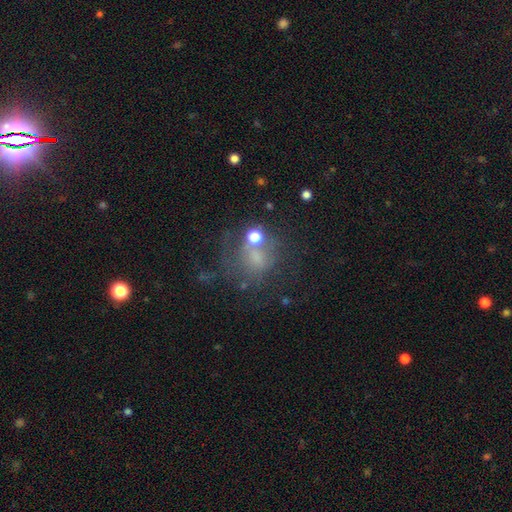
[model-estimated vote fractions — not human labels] smooth_or_featured: smooth (p=0.43) [alt: featured or disk p=0.30]
merging: none (p=0.49) [alt: major disturbance p=0.22]